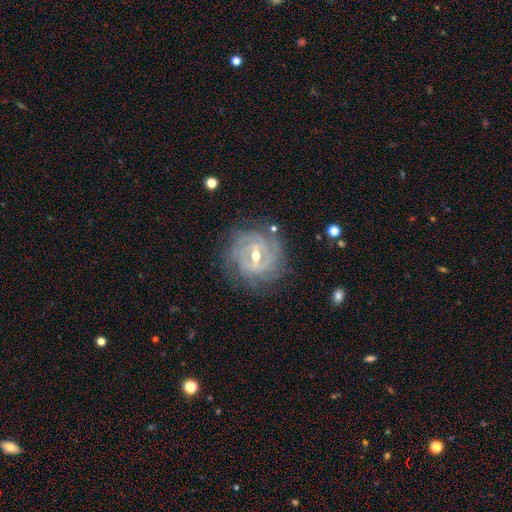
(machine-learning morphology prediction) Smooth or featured: featured or disk — 88% (smooth — 6%)
Edge-on disk: no — 96% (yes — 4%)
Bar: strong — 45% (weak — 44%)
Spiral arms: yes — 96% (no — 4%)
Spiral winding: tight — 79% (medium — 18%)
Spiral arm count: can't tell — 29% (4 — 23%)
Bulge size: moderate — 60% (small — 37%)
Merging: none — 79% (minor disturbance — 14%)